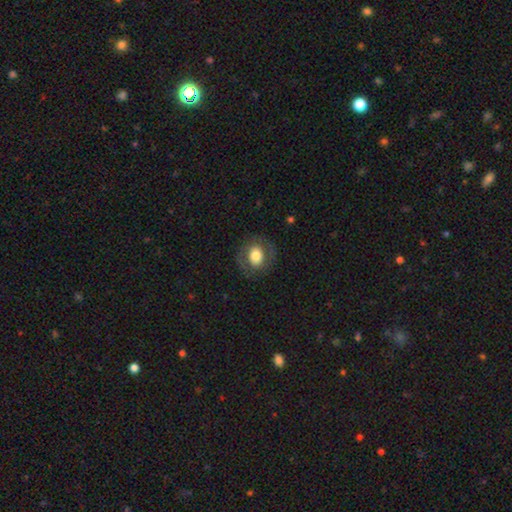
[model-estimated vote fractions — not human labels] Smooth or featured: smooth — 61% (featured or disk — 31%)
How rounded: round — 64% (in between — 35%)
Merging: none — 80% (minor disturbance — 12%)